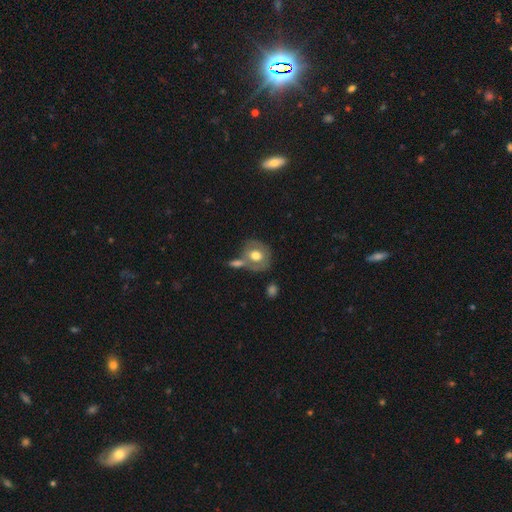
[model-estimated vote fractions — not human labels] Q: Smooth or featured?
A: smooth (56%); runner-up: featured or disk (37%)
Q: How rounded?
A: round (69%); runner-up: in between (30%)
Q: Merging?
A: none (53%); runner-up: merger (25%)